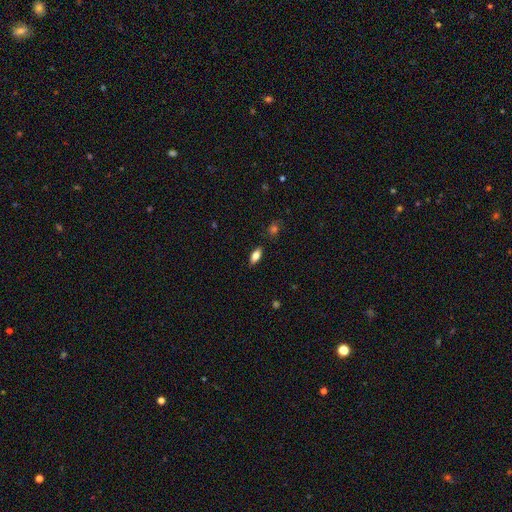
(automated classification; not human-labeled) This appears to be a smooth galaxy with no disk features (74%) that is in between round and cigar-shaped (82%). Merging: none (87%).